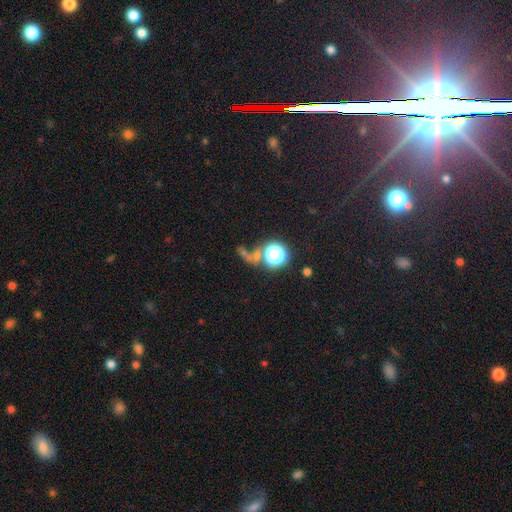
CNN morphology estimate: star or artifact 53%, smooth 35%, featured or disk 12%.